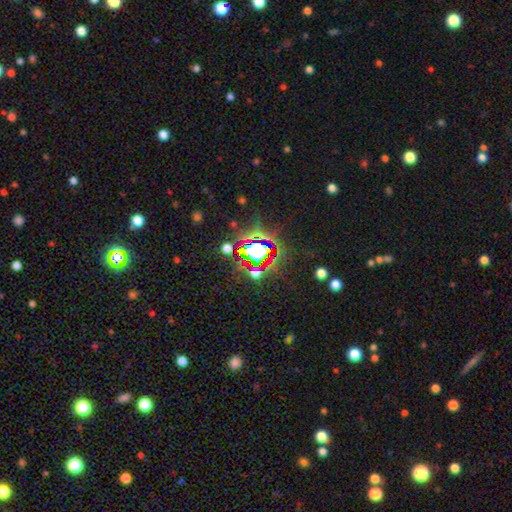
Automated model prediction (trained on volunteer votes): The model was most divided on "smooth or featured": star or artifact: 72%, smooth: 17%, featured or disk: 11%.